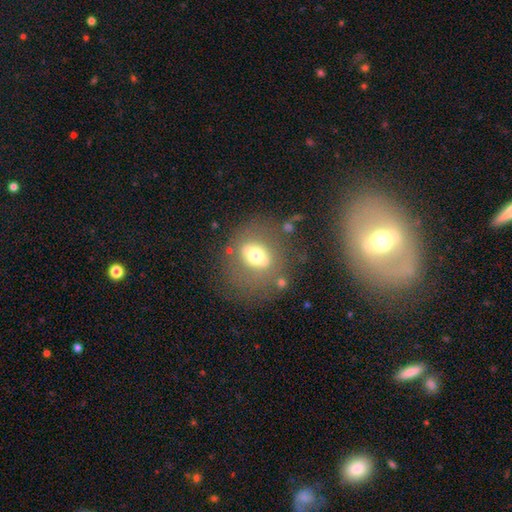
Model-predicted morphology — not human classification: type=smooth (54%); roundness=round (61%); merging=none (67%).